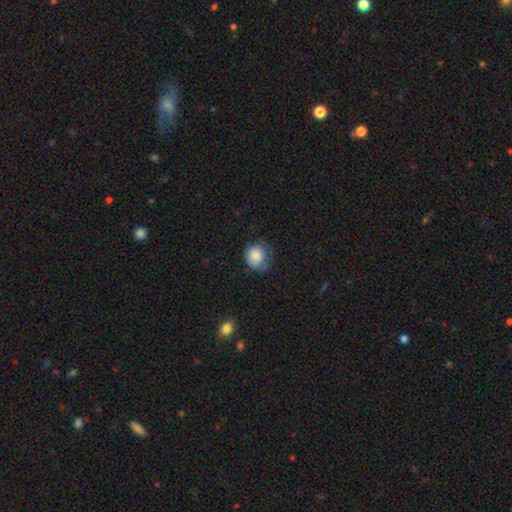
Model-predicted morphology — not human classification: smooth 82%, featured or disk 10%, star or artifact 8%. Down the decision tree: how rounded — round (77%); merging — none (51%).